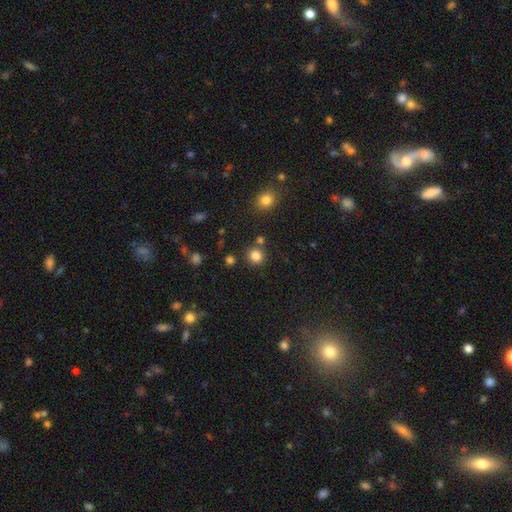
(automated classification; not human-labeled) smooth-or-featured: smooth: 83% | star or artifact: 13% | featured or disk: 4%
  how-rounded: round: 90% | in between: 9% | cigar-shaped: 1%
  merging: none: 81% | merger: 9% | minor disturbance: 8% | major disturbance: 3%